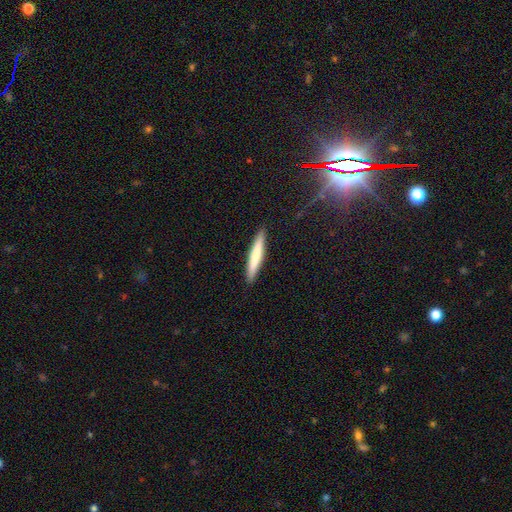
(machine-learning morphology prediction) smooth 67%, featured or disk 28%, star or artifact 5%. Down the decision tree: how rounded — cigar-shaped (95%); merging — none (92%).